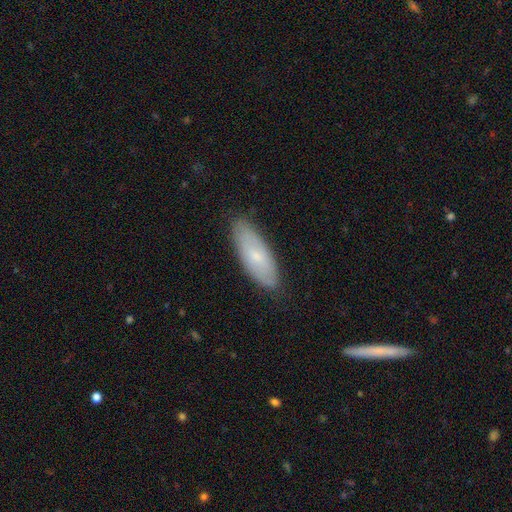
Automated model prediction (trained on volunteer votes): smooth_or_featured: smooth (p=0.66) [alt: featured or disk p=0.27]
how_rounded: in between (p=0.70) [alt: cigar-shaped p=0.28]
merging: none (p=0.82) [alt: minor disturbance p=0.14]